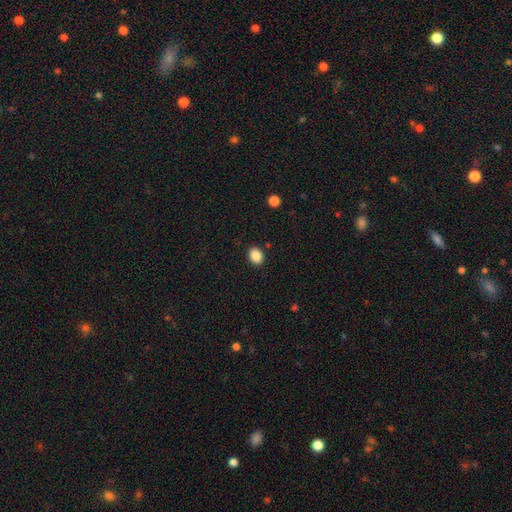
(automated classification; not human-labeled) smooth 88%, star or artifact 9%, featured or disk 4%. Down the decision tree: how rounded — in between (69%); merging — none (90%).